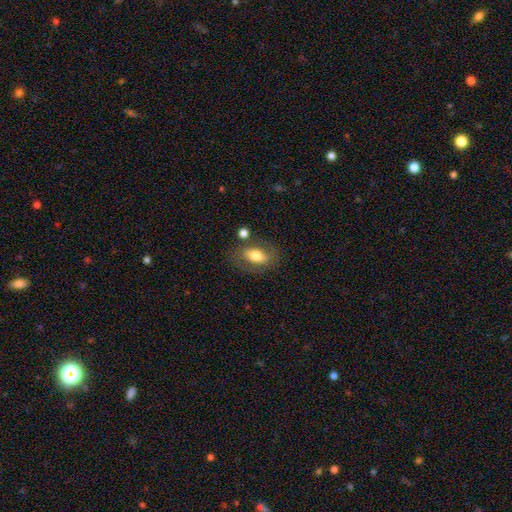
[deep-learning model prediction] The model was most divided on "smooth or featured": smooth: 61%, featured or disk: 31%, star or artifact: 8%. More confident: how rounded — in between (85%); merging — none (69%).